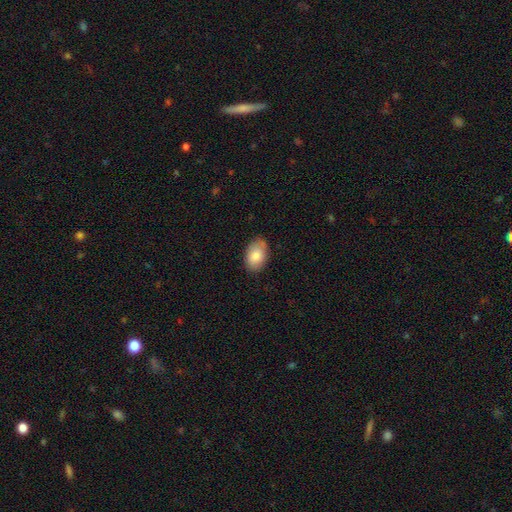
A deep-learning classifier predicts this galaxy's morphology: This appears to be a smooth galaxy with no disk features (84%) that is in between round and cigar-shaped (91%). Merging: none (81%).